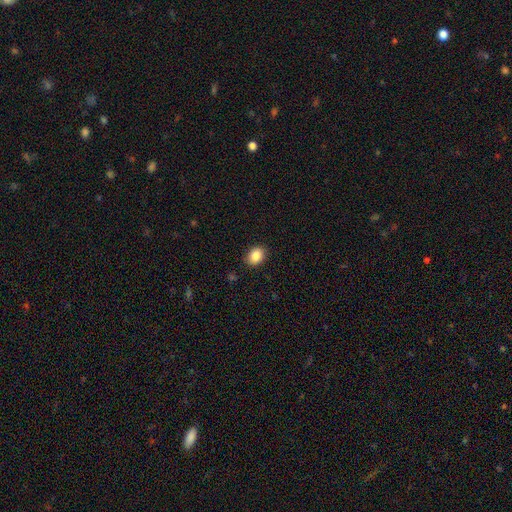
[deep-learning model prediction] Smooth or featured? smooth (87%)
How rounded? in between (67%)
Merging? none (88%)